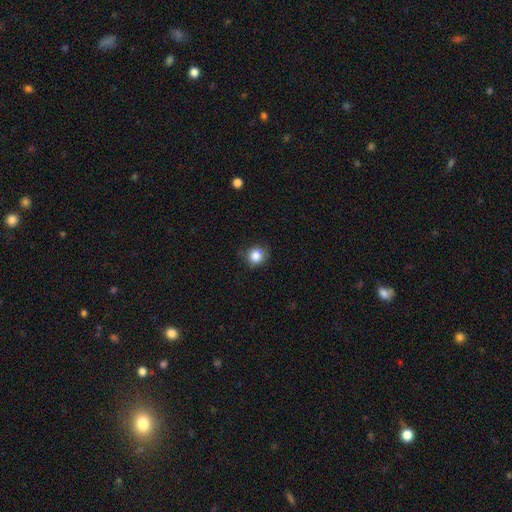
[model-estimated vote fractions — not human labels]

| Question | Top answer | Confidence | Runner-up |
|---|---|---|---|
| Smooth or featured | smooth | 85% | star or artifact (10%) |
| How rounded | round | 82% | in between (17%) |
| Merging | none | 76% | minor disturbance (19%) |